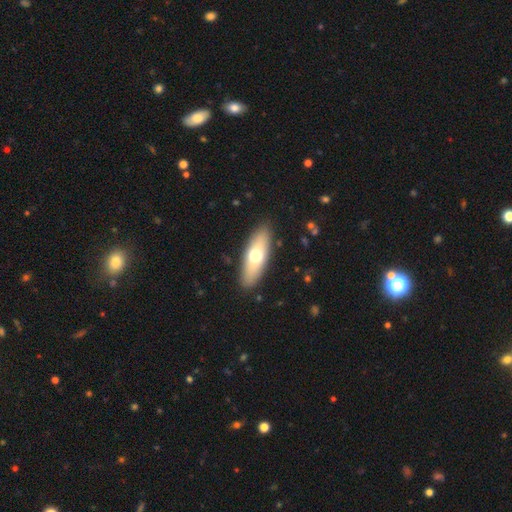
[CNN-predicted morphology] A smooth galaxy with no disk features (62%) that is in between round and cigar-shaped (58%).

Vote fractions:
- Smooth or featured? smooth: 62% / featured or disk: 32% / star or artifact: 6%
- How rounded? in between: 58% / cigar-shaped: 39% / round: 3%
- Merging? none: 89% / minor disturbance: 8% / major disturbance: 2% / merger: 1%